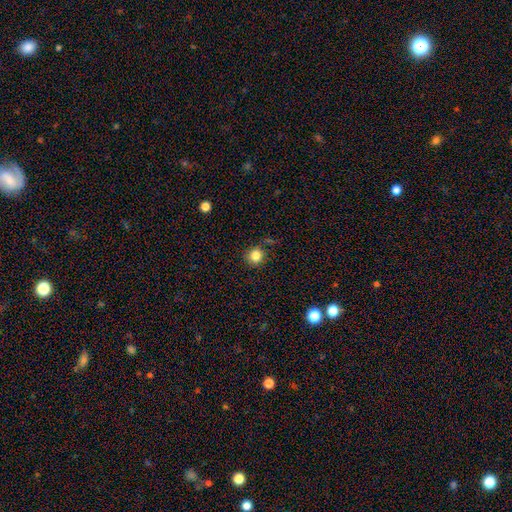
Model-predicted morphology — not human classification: Q: Smooth or featured?
A: smooth (84%); runner-up: star or artifact (12%)
Q: How rounded?
A: round (91%); runner-up: in between (8%)
Q: Merging?
A: none (83%); runner-up: minor disturbance (11%)